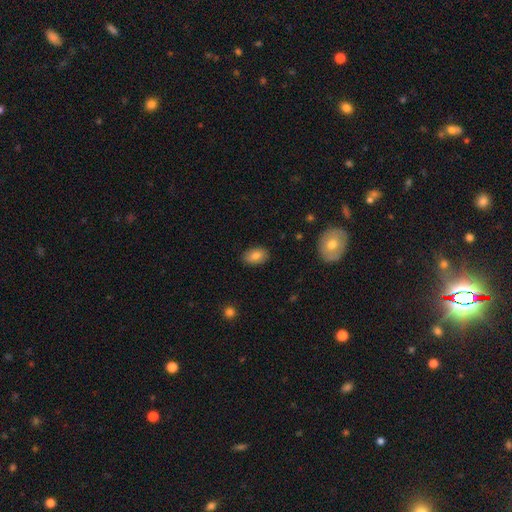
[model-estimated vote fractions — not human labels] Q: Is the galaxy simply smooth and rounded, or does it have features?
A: smooth — 82%.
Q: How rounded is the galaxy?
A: in between — 87%.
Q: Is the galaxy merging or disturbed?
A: none — 87%.